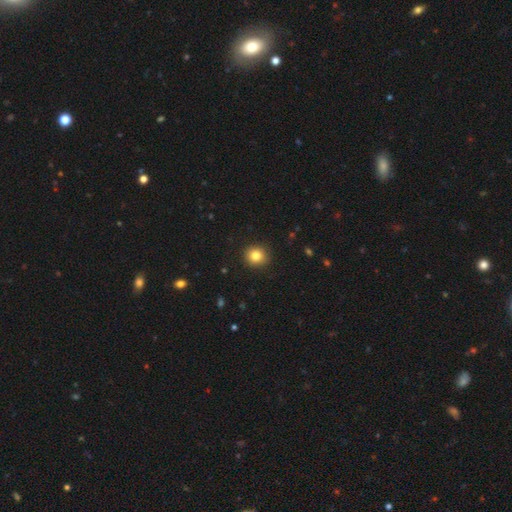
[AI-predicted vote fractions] A smooth galaxy with no disk features (83%) that is round (89%). Merging: none (91%).